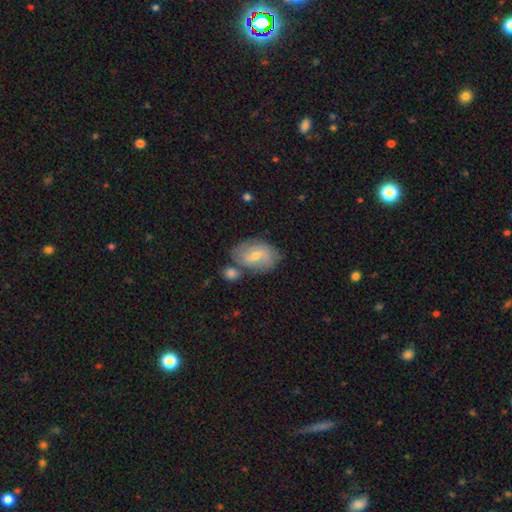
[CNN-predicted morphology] Smooth or featured: featured or disk — 48% (smooth — 45%)
Merging: none — 59% (minor disturbance — 20%)